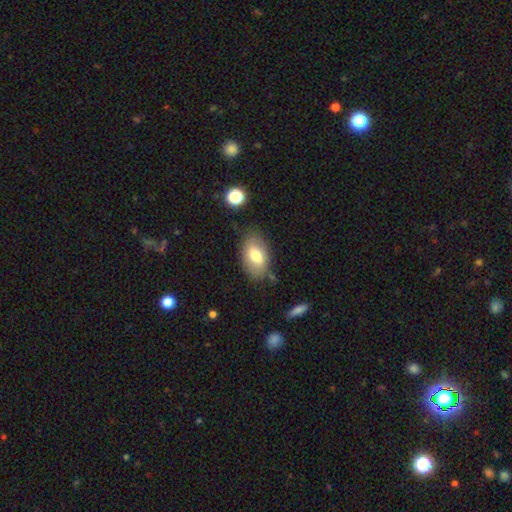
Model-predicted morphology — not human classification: type=smooth (74%); roundness=in between (91%); merging=none (76%).